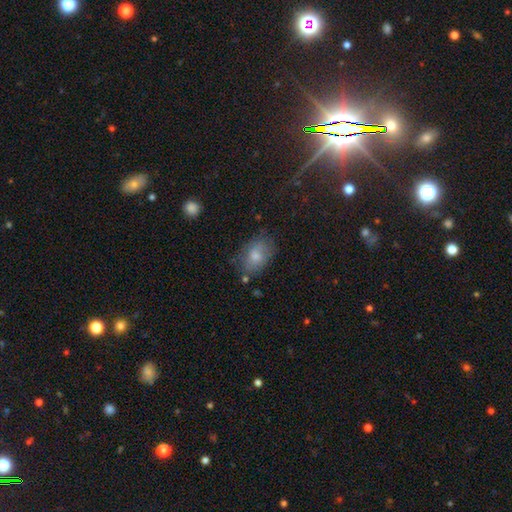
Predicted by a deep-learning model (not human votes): This is likely a smooth galaxy (76%). How rounded: clearly in between (86%). Merging: likely none (67%).